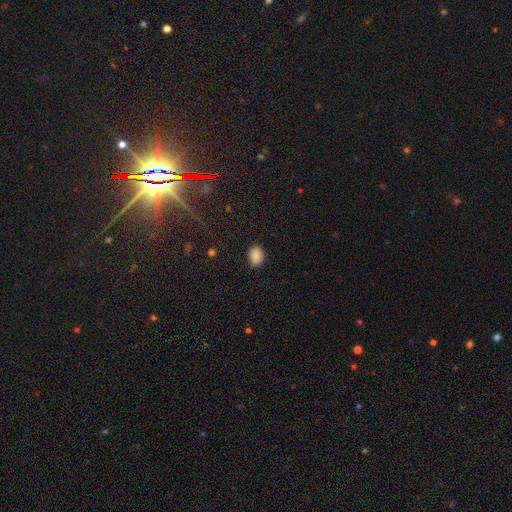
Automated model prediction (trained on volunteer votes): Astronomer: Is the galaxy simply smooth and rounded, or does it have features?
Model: smooth — 86%.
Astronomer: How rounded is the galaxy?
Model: in between — 67%.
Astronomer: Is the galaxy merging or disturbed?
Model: none — 77%.